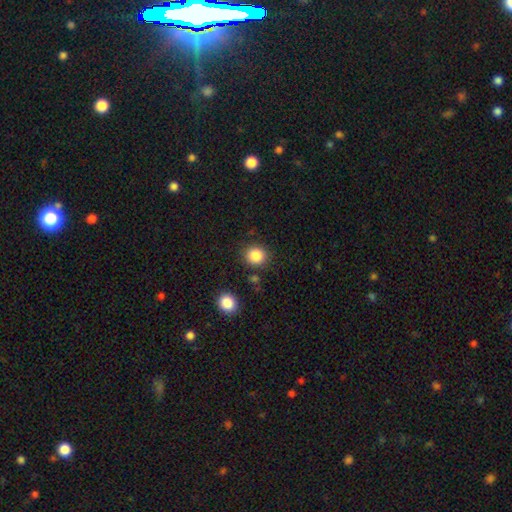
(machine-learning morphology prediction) smooth_or_featured: smooth (p=0.86) [alt: star or artifact p=0.10]
how_rounded: round (p=0.84) [alt: in between p=0.15]
merging: none (p=0.85) [alt: minor disturbance p=0.08]